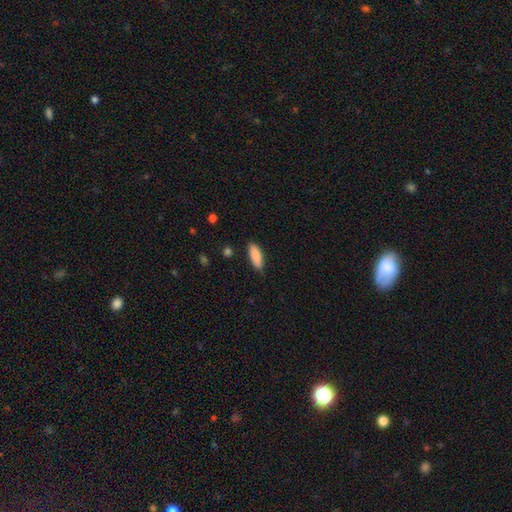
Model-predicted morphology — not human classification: Smooth or featured? Predicted: smooth (p=0.84). How rounded? Predicted: in between (p=0.67). Merging? Predicted: none (p=0.82).